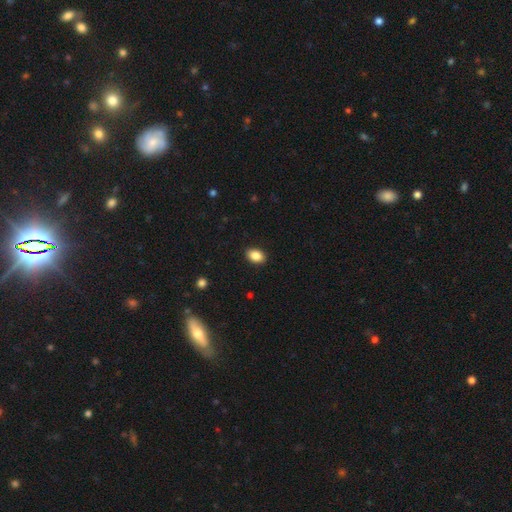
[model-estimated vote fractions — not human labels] This is clearly a smooth galaxy (87%). How rounded: clearly in between (84%). Merging: clearly none (90%).